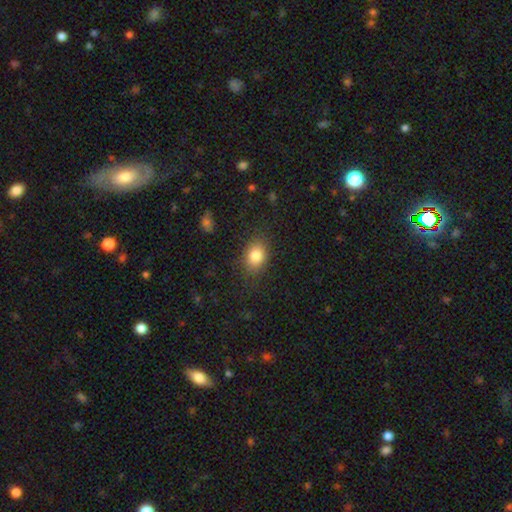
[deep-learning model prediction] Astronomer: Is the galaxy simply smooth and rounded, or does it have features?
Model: smooth — 83%.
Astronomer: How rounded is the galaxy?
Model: in between — 69%.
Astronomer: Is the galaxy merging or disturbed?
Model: none — 81%.